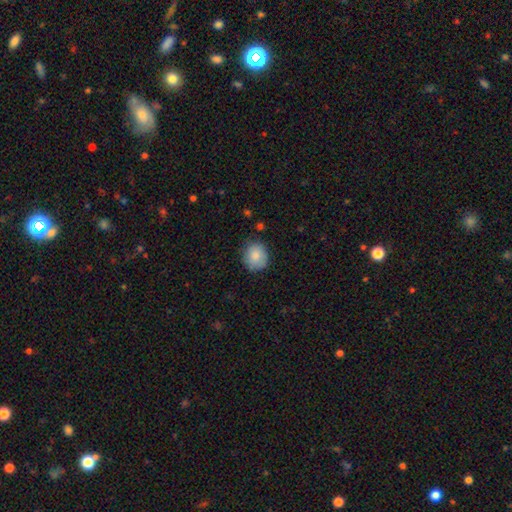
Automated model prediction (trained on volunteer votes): Morphology: type=smooth (85%); roundness=round (75%); merging=none (80%).